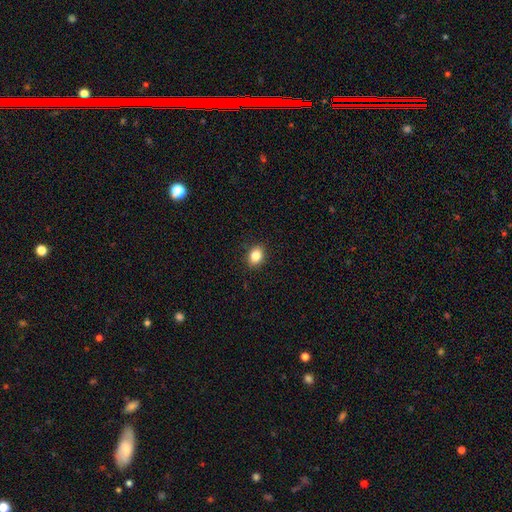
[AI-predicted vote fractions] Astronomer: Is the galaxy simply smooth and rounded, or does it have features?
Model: smooth — 84%.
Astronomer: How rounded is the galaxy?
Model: in between — 58% (runner-up: round, 41%).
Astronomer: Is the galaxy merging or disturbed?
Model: none — 90%.